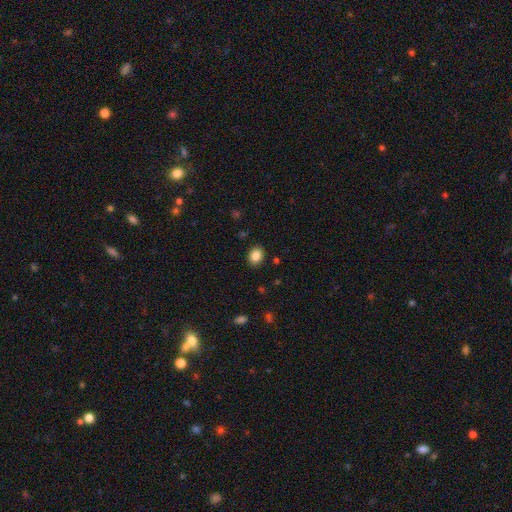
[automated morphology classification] The model was most divided on "how rounded": round: 52%, in between: 47%, cigar-shaped: 1%. More confident: merging — none (89%); smooth or featured — smooth (85%).